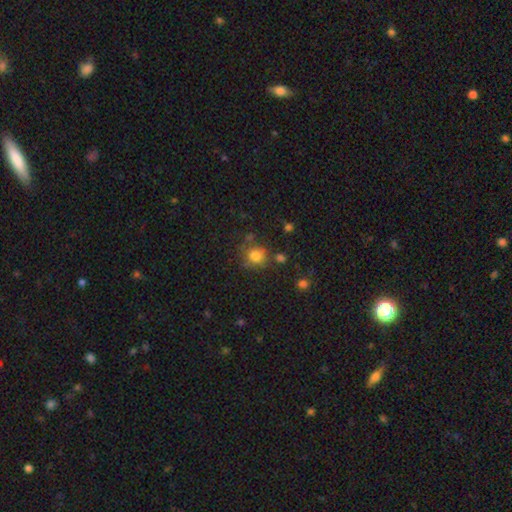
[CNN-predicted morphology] This appears to be a smooth galaxy with no disk features (78%) that is round (84%). Merging: none (69%).